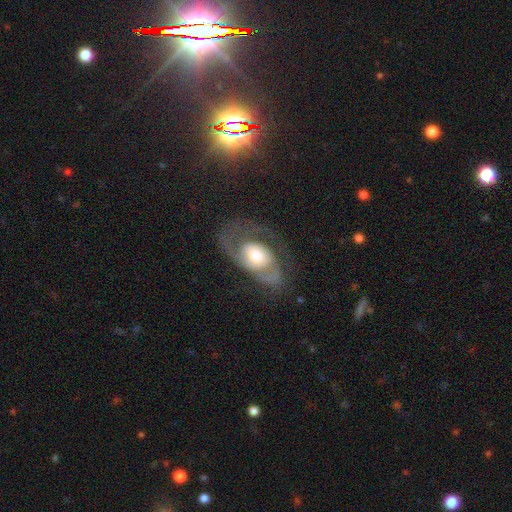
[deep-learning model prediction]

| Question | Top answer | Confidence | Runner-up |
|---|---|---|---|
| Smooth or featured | featured or disk | 73% | smooth (21%) |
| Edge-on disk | no | 95% | yes (5%) |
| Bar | no | 68% | weak (26%) |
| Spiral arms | yes | 84% | no (16%) |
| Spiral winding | medium | 44% | tight (31%) |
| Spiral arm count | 2 | 52% | 1 (30%) |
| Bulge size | moderate | 59% | large (23%) |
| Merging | none | 45% | major disturbance (34%) |